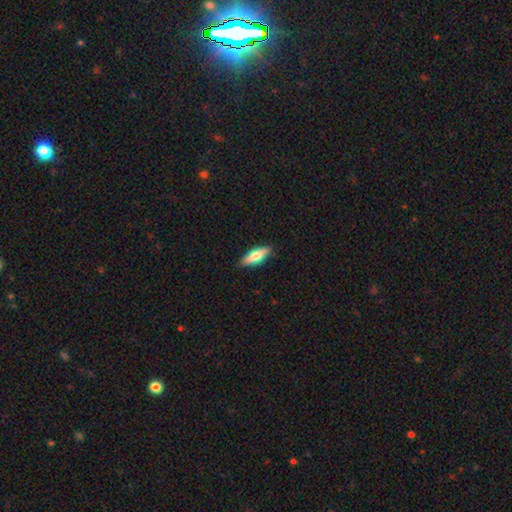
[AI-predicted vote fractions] Smooth or featured? smooth (62%)
How rounded? in between (55%)
Merging? none (87%)